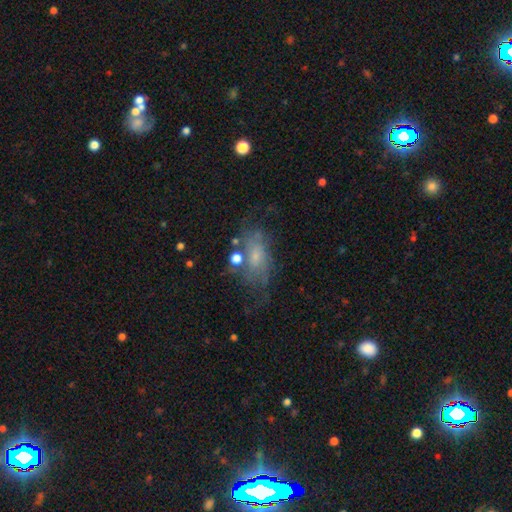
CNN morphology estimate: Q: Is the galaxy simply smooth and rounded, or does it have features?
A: featured or disk — 49%.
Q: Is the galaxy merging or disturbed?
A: none — 46%.